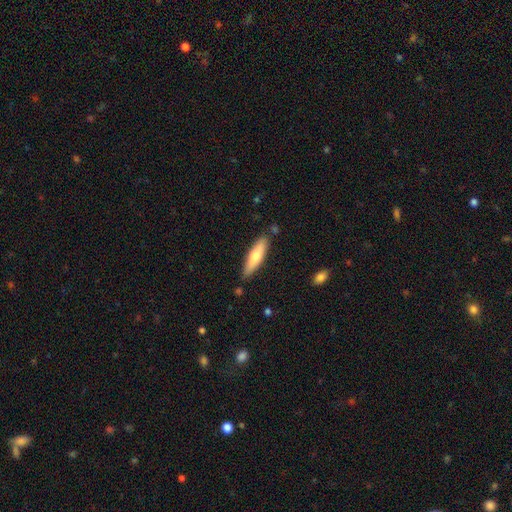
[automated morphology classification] Smooth or featured? Predicted: smooth (p=0.63). How rounded? Predicted: cigar-shaped (p=0.68). Merging? Predicted: none (p=0.83).